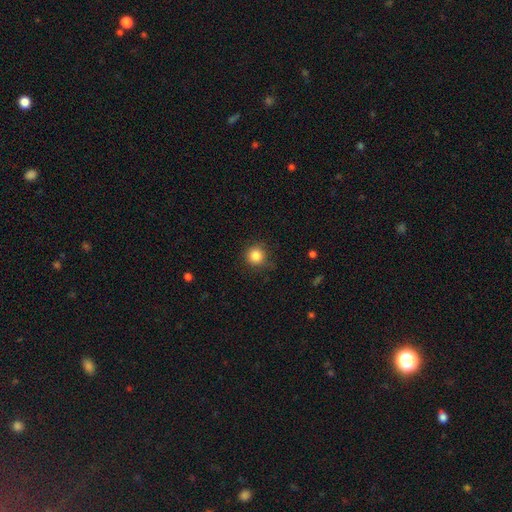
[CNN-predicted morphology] Smooth or featured: smooth — 85% (star or artifact — 11%)
How rounded: round — 94% (in between — 5%)
Merging: none — 83% (minor disturbance — 13%)